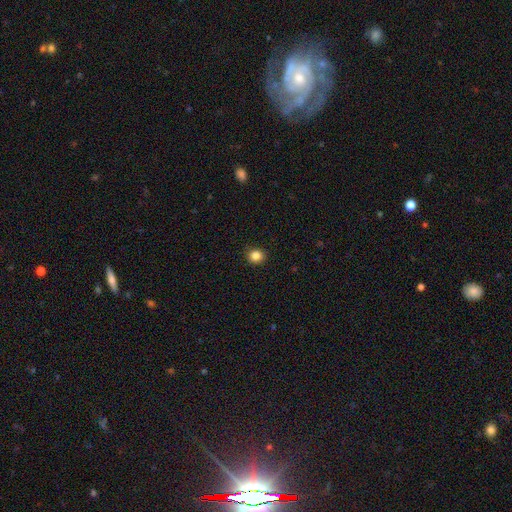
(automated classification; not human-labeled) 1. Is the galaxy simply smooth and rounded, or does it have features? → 85% smooth, 11% star or artifact, 4% featured or disk.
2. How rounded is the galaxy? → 87% round, 12% in between, 1% cigar-shaped.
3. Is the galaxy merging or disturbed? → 91% none, 6% minor disturbance, 2% major disturbance, 1% merger.